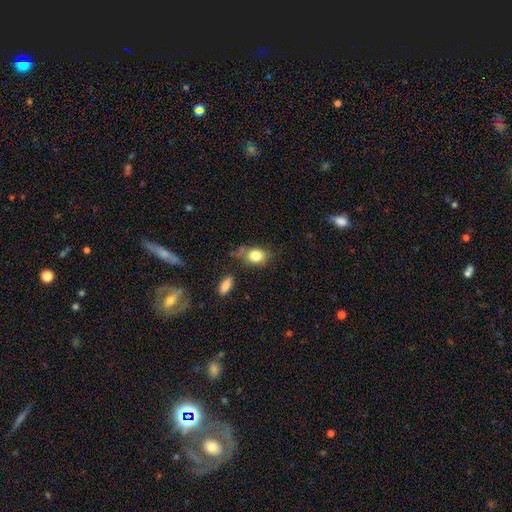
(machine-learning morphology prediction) This appears to be a smooth galaxy with no disk features (81%) that is in between round and cigar-shaped (69%). Merging: none (64%).